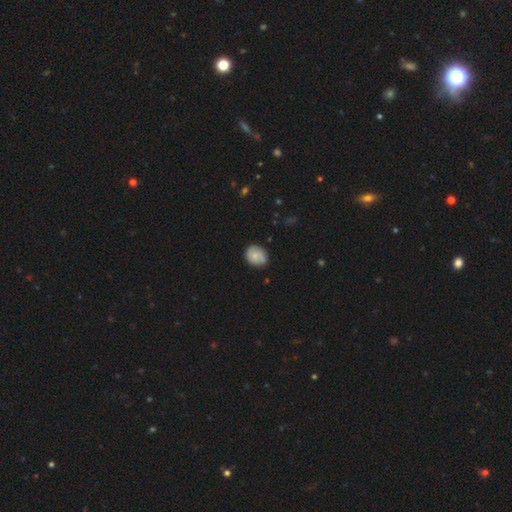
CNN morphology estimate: A smooth galaxy with no disk features (70%) that is round (58%). Merging: none (77%).